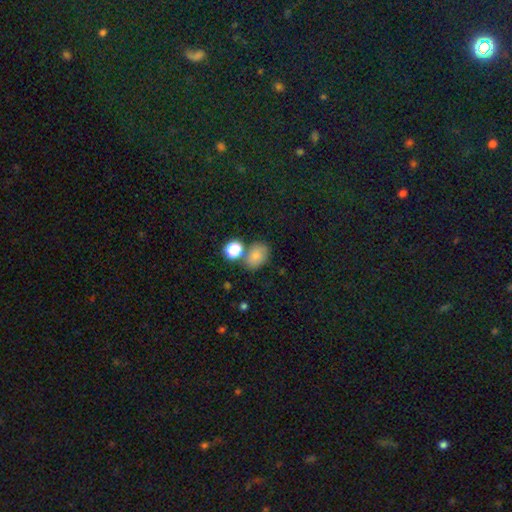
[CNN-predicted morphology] A smooth galaxy with no disk features (79%) that is in between round and cigar-shaped (67%).

Vote fractions:
- Smooth or featured? smooth: 79% / star or artifact: 12% / featured or disk: 9%
- How rounded? in between: 67% / round: 32% / cigar-shaped: 1%
- Merging? none: 61% / merger: 19% / minor disturbance: 15% / major disturbance: 5%